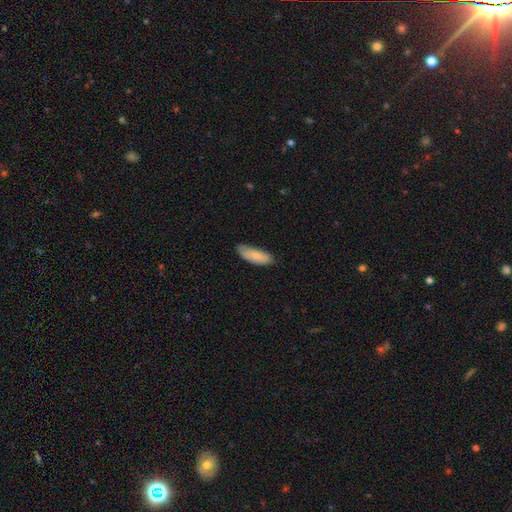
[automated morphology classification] smooth 81%, featured or disk 13%, star or artifact 6%. Down the decision tree: how rounded — in between (68%); merging — none (72%).